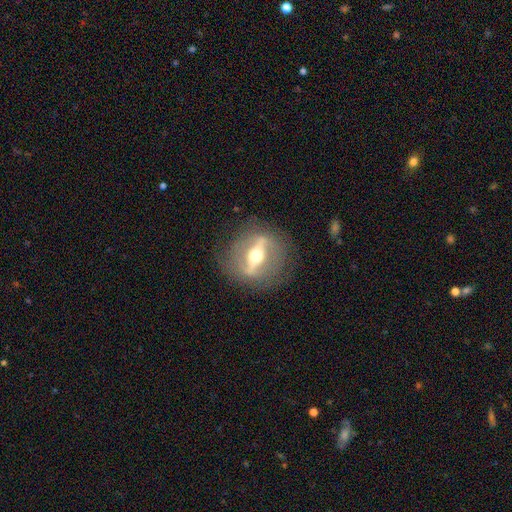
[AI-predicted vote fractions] Smooth or featured?
  - featured or disk: 81% *
  - smooth: 12%
  - star or artifact: 6%
Edge-on disk?
  - no: 60% *
  - yes: 40%
Merging?
  - none: 80% *
  - minor disturbance: 11%
  - major disturbance: 7%
  - merger: 1%